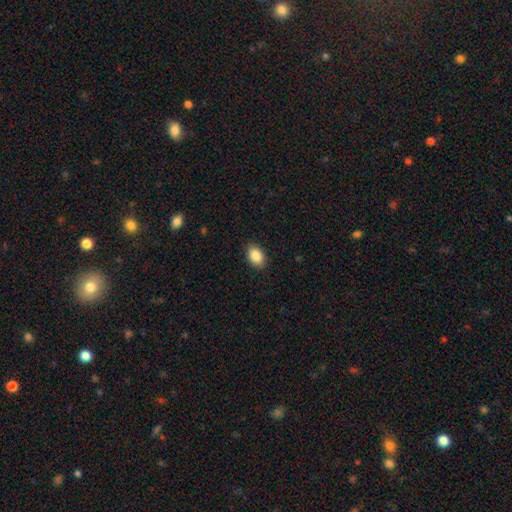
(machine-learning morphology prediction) A smooth galaxy with no disk features (88%) that is in between round and cigar-shaped (81%). Merging: none (89%).